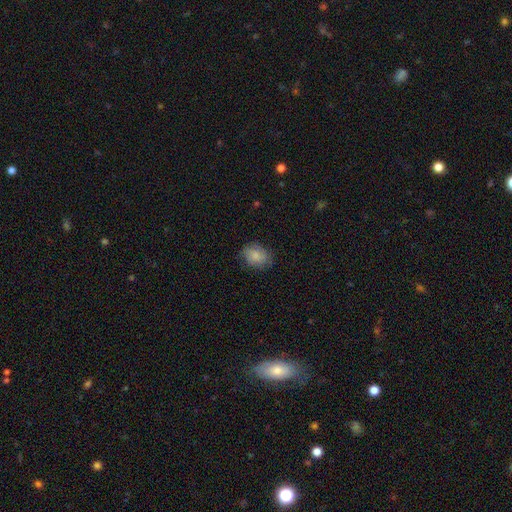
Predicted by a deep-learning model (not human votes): A smooth galaxy with no disk features (82%) that is in between round and cigar-shaped (61%).

Vote fractions:
- Smooth or featured? smooth: 82% / featured or disk: 11% / star or artifact: 7%
- How rounded? in between: 61% / round: 38% / cigar-shaped: 1%
- Merging? none: 75% / minor disturbance: 19% / major disturbance: 5% / merger: 1%